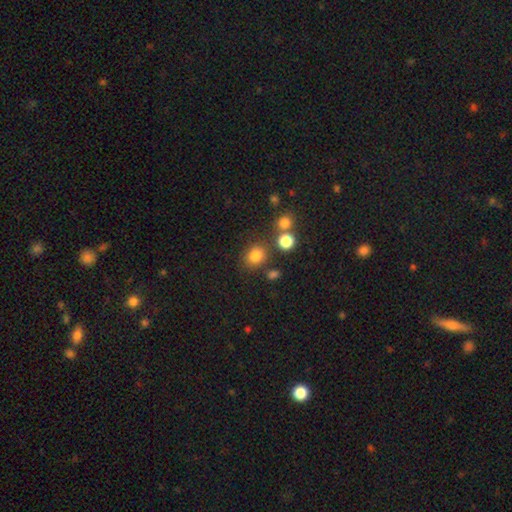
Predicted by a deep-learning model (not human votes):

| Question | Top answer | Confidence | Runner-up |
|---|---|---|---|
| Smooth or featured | smooth | 80% | star or artifact (14%) |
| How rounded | round | 68% | in between (31%) |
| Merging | none | 75% | minor disturbance (12%) |